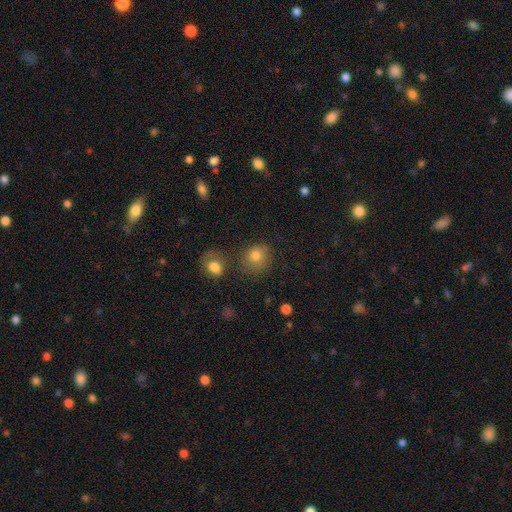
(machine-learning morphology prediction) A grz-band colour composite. It shows a smooth galaxy with no disk features (80%) that is round (78%). Merging: none (68%).